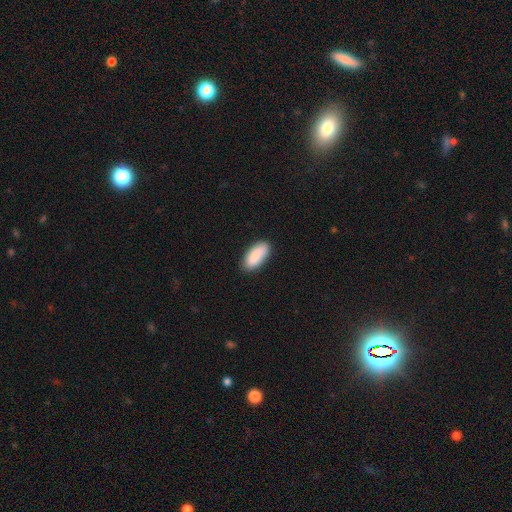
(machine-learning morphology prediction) Overall: smooth (89%). How rounded: in between (88%). Merging: none (84%).